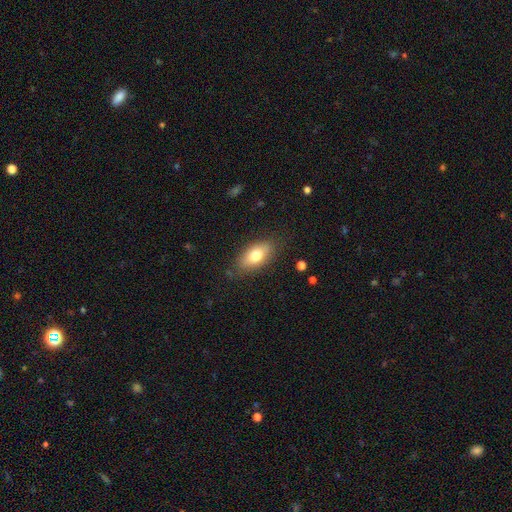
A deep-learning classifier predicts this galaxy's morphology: Smooth or featured?
  - smooth: 76% *
  - featured or disk: 17%
  - star or artifact: 7%
How rounded?
  - in between: 89% *
  - cigar-shaped: 7%
  - round: 5%
Merging?
  - none: 81% *
  - minor disturbance: 14%
  - major disturbance: 4%
  - merger: 1%